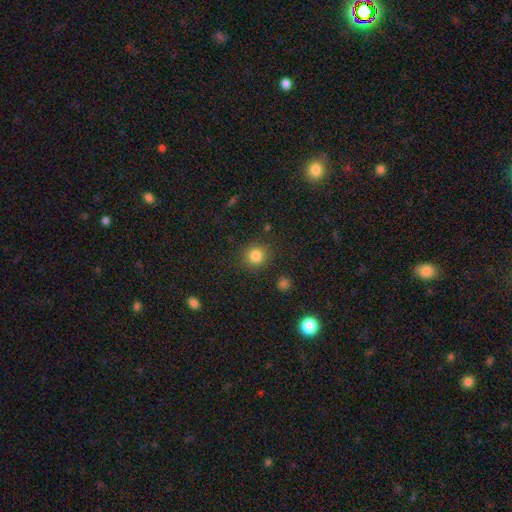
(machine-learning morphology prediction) This is clearly a smooth galaxy (83%). How rounded: clearly round (92%). Merging: clearly none (89%).